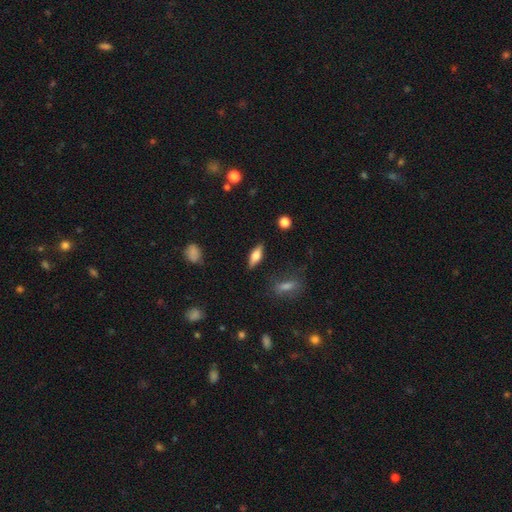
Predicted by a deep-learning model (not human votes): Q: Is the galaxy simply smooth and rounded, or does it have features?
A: smooth — 55%.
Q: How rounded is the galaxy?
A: in between — 60%.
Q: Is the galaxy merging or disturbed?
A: none — 85%.